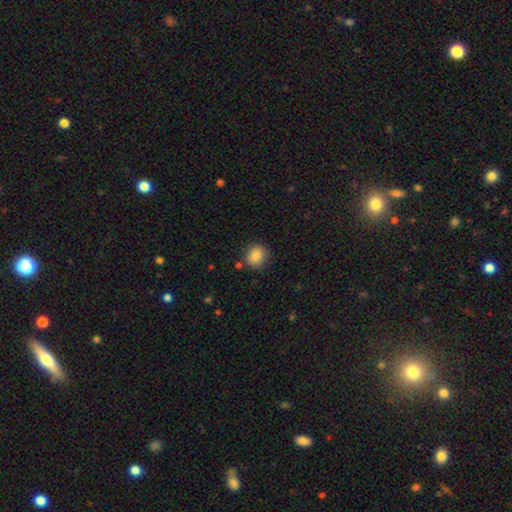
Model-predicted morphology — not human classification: Smooth or featured? Predicted: smooth (p=0.85). How rounded? Predicted: round (p=0.81). Merging? Predicted: none (p=0.83).